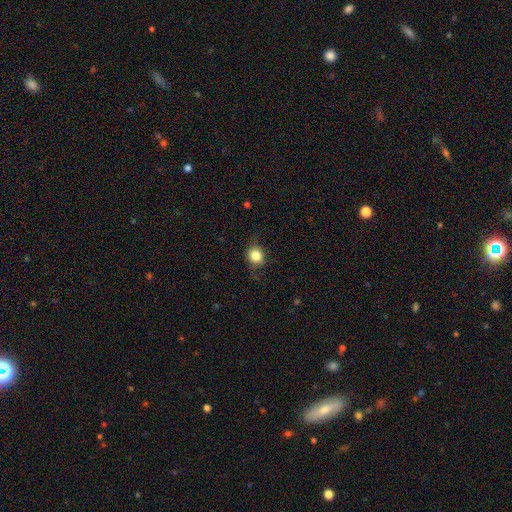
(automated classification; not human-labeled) Smooth or featured: smooth — 82% (star or artifact — 10%)
How rounded: round — 70% (in between — 29%)
Merging: none — 77% (minor disturbance — 17%)